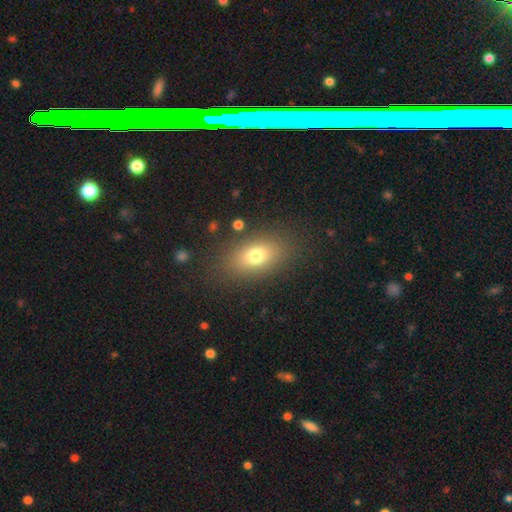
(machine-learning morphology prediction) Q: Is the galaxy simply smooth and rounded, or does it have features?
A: smooth — 74%.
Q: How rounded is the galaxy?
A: in between — 83%.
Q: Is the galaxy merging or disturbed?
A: none — 82%.